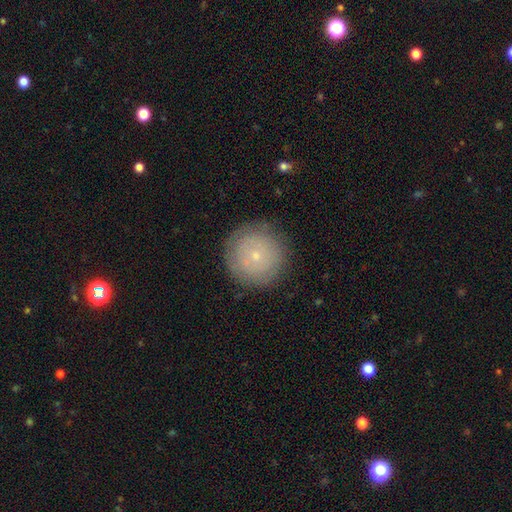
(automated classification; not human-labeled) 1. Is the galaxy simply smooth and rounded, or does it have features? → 57% smooth, 33% featured or disk, 9% star or artifact.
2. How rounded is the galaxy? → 96% round, 4% in between, 1% cigar-shaped.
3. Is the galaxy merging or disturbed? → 86% none, 10% minor disturbance, 3% major disturbance, 1% merger.